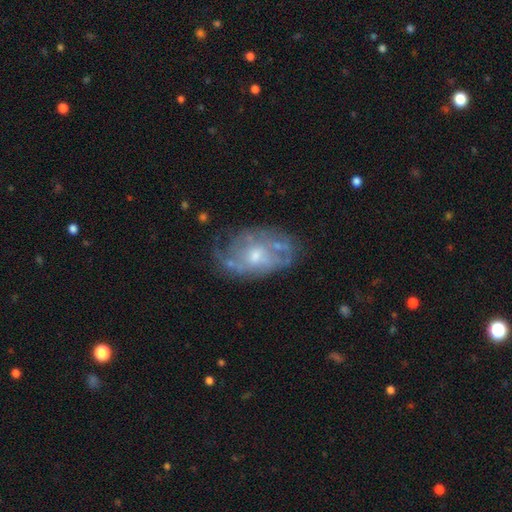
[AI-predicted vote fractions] smooth_or_featured: featured or disk (p=0.72) [alt: smooth p=0.19]
disk_edge_on: no (p=0.94) [alt: yes p=0.06]
bar: no (p=0.76) [alt: weak p=0.21]
has_spiral_arms: yes (p=0.71) [alt: no p=0.29]
bulge_size: moderate (p=0.50) [alt: small p=0.43]
merging: none (p=0.67) [alt: minor disturbance p=0.21]